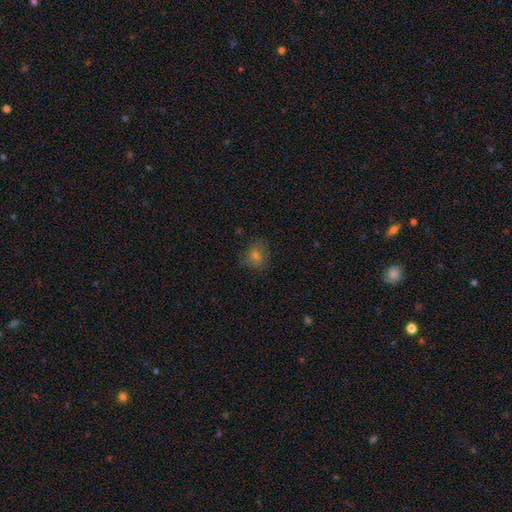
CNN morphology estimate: smooth-or-featured: smooth: 67% | star or artifact: 21% | featured or disk: 12%
  how-rounded: round: 68% | in between: 30% | cigar-shaped: 1%
  merging: none: 76% | minor disturbance: 17% | major disturbance: 6% | merger: 1%